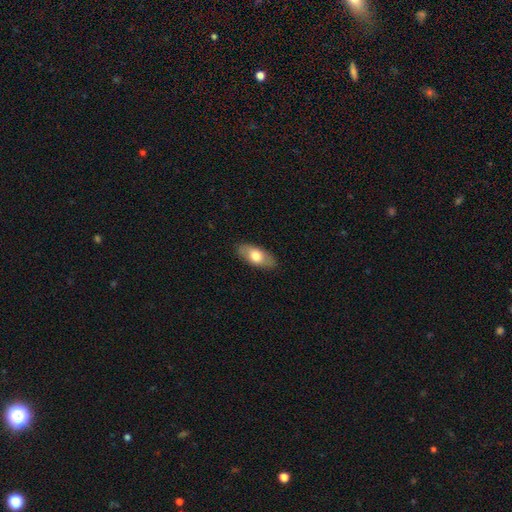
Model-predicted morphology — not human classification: The model was most divided on "smooth or featured": smooth: 69%, featured or disk: 25%, star or artifact: 6%. More confident: how rounded — in between (89%); merging — none (87%).